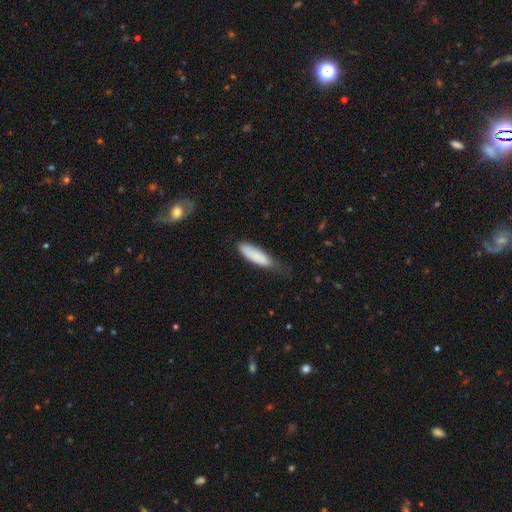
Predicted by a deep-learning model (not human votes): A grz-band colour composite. It shows a smooth galaxy with no disk features (83%) that is cigar-shaped (53%). Merging: none (48%).